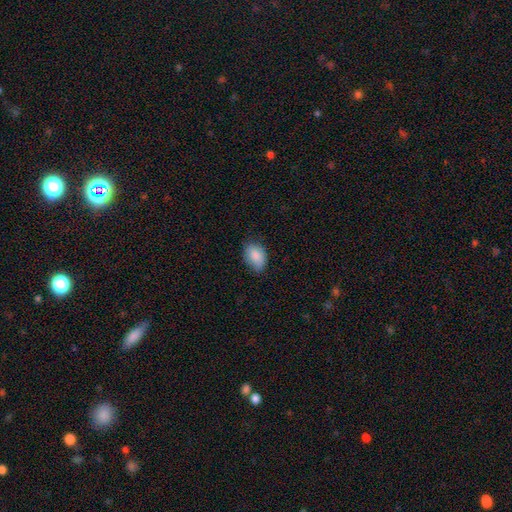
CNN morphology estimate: Smooth or featured? Predicted: smooth (p=0.87). How rounded? Predicted: in between (p=0.87). Merging? Predicted: none (p=0.75).